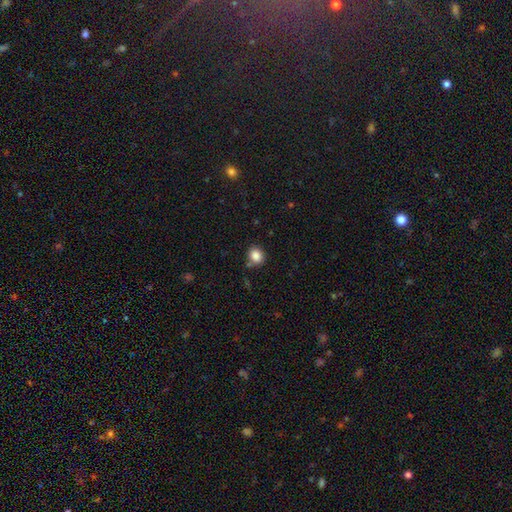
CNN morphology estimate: smooth 85%, star or artifact 10%, featured or disk 5%. Down the decision tree: how rounded — round (69%); merging — none (78%).